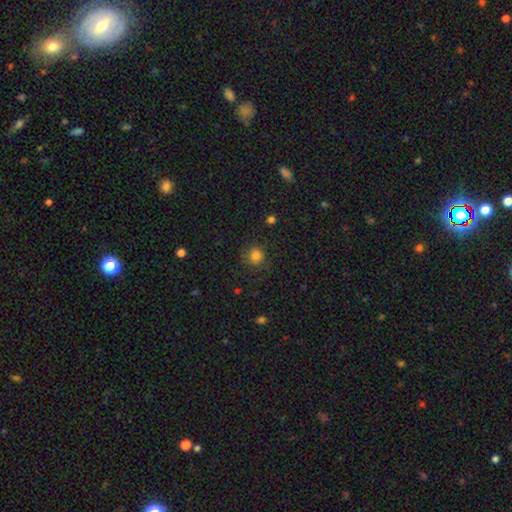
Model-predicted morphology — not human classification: smooth 82%, star or artifact 13%, featured or disk 5%. Down the decision tree: how rounded — round (88%); merging — none (82%).